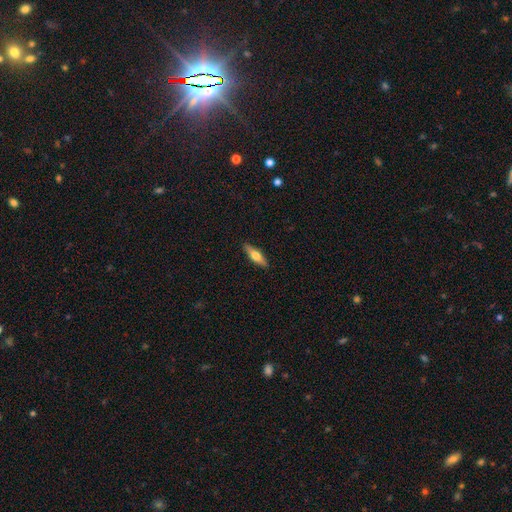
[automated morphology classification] Smooth or featured? smooth (50%)
Merging? none (89%)